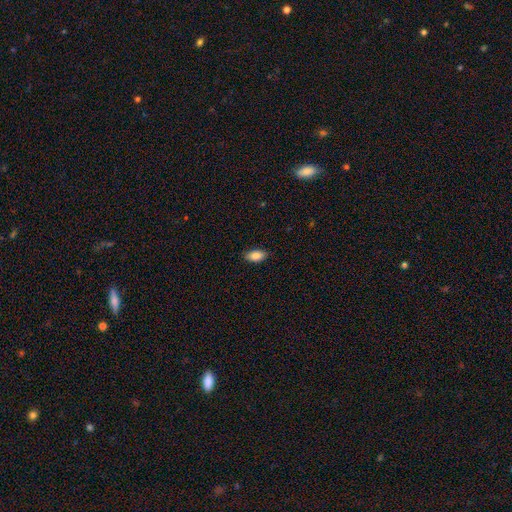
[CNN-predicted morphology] This appears to be a smooth galaxy with no disk features (85%) that is in between round and cigar-shaped (91%). Merging: none (87%).